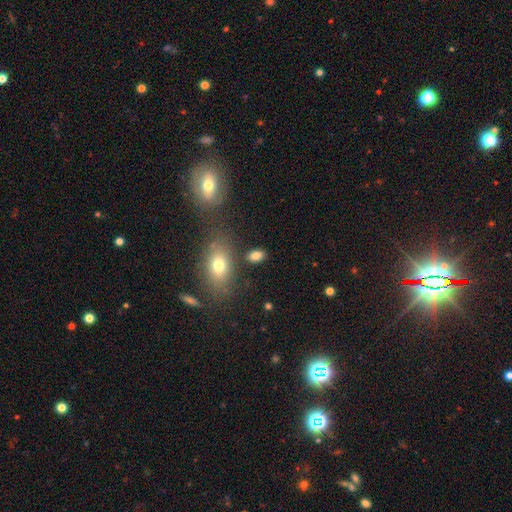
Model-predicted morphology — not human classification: Smooth or featured: smooth — 81% (star or artifact — 11%)
How rounded: in between — 85% (round — 12%)
Merging: none — 80% (minor disturbance — 11%)